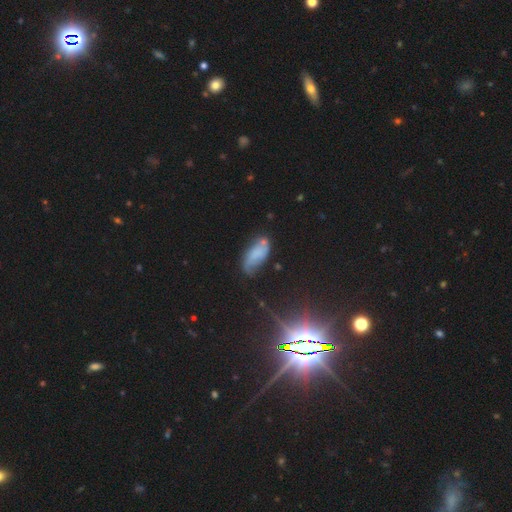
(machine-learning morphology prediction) Smooth or featured: featured or disk — 43% (smooth — 30%)
Merging: none — 66% (minor disturbance — 23%)